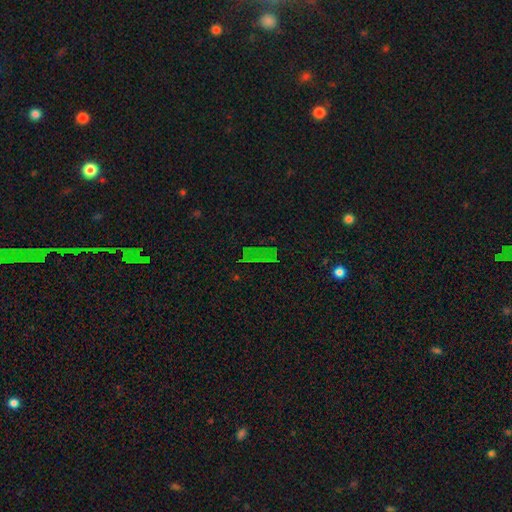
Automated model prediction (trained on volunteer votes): A star or artifact, not a galaxy (58%).

Vote fractions:
- Smooth or featured? star or artifact: 58% / smooth: 25% / featured or disk: 17%